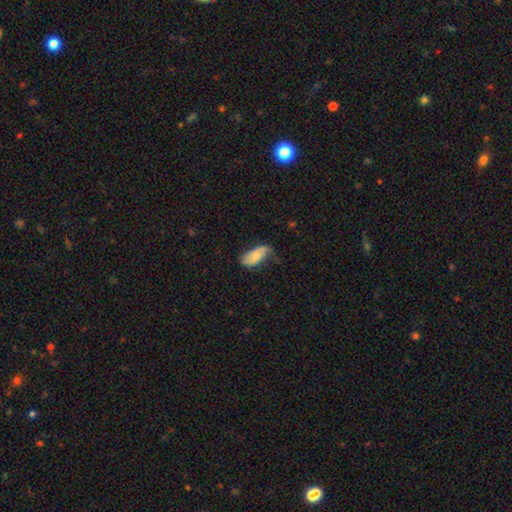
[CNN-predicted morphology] Smooth or featured: smooth — 48% (featured or disk — 46%)
Merging: none — 48% (minor disturbance — 35%)